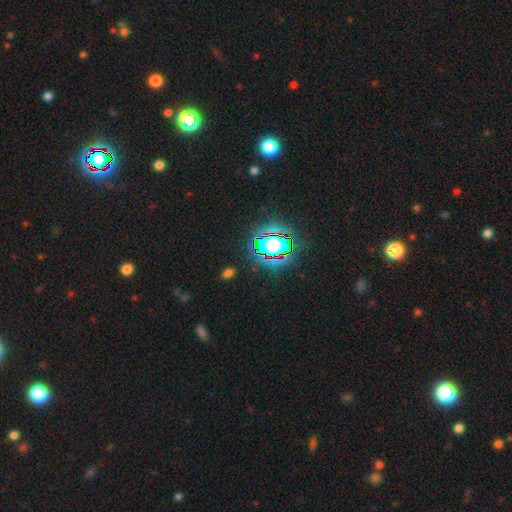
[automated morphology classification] Smooth or featured? star or artifact (81%)